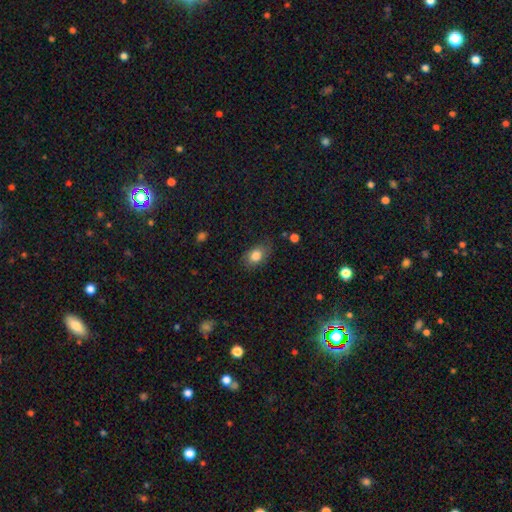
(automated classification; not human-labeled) Q: Smooth or featured?
A: smooth (82%); runner-up: featured or disk (9%)
Q: How rounded?
A: in between (76%); runner-up: round (22%)
Q: Merging?
A: none (73%); runner-up: minor disturbance (20%)